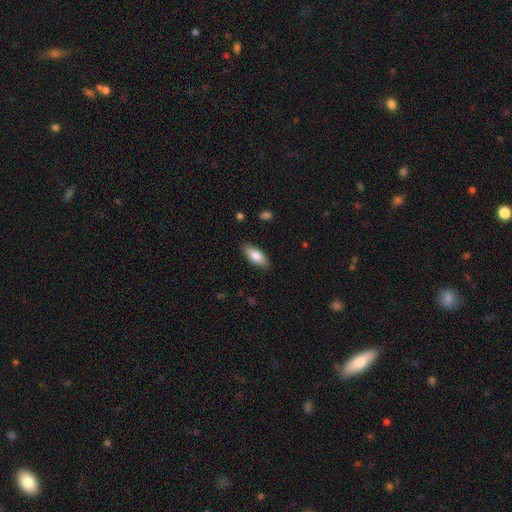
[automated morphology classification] Smooth or featured: smooth — 76% (featured or disk — 18%)
How rounded: in between — 73% (cigar-shaped — 25%)
Merging: none — 87% (minor disturbance — 10%)